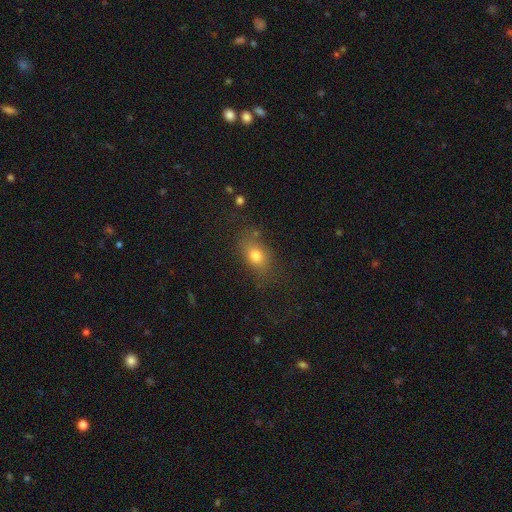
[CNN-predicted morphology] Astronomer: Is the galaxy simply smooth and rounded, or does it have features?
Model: smooth — 77%.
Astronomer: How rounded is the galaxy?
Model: in between — 73%.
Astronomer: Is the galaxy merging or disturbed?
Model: none — 71%.